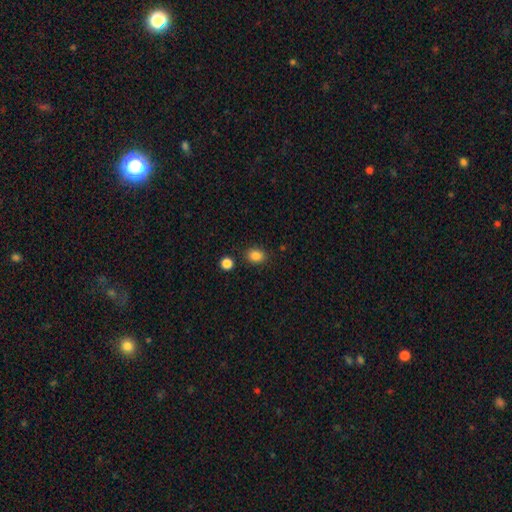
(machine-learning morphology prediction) This appears to be a smooth galaxy with no disk features (85%) that is in between round and cigar-shaped (50%). Merging: none (85%).